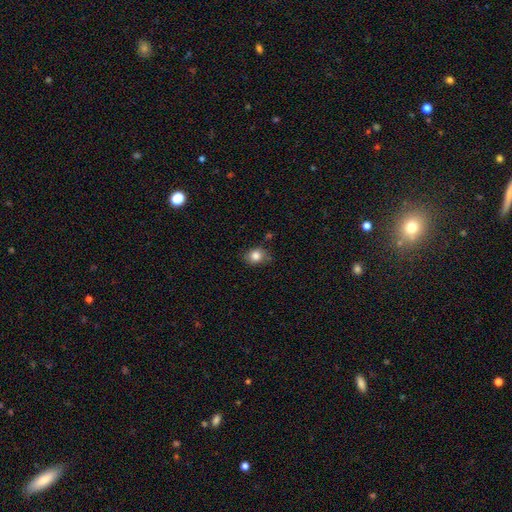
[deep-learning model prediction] smooth-or-featured: smooth: 83% | star or artifact: 10% | featured or disk: 7%
  how-rounded: round: 56% | in between: 43% | cigar-shaped: 1%
  merging: none: 73% | minor disturbance: 21% | major disturbance: 4% | merger: 2%